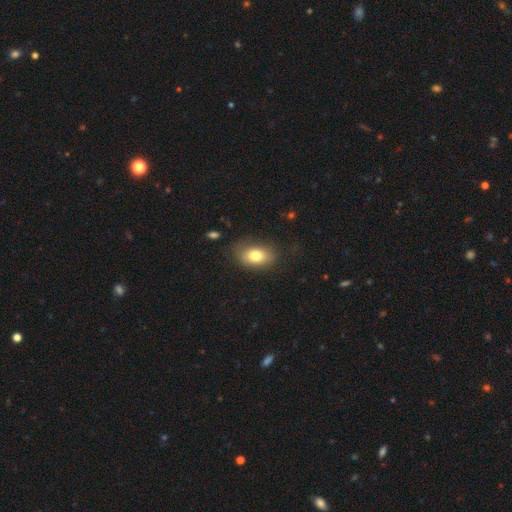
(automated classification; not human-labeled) smooth_or_featured: smooth (p=0.78) [alt: featured or disk p=0.13]
how_rounded: in between (p=0.83) [alt: round p=0.16]
merging: none (p=0.75) [alt: minor disturbance p=0.17]